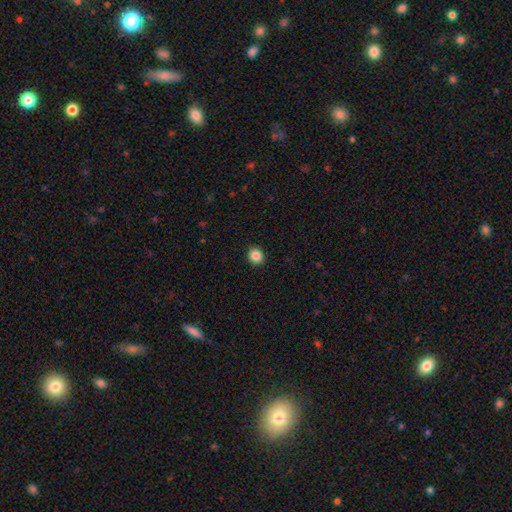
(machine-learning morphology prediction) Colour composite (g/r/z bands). It shows a smooth galaxy with no disk features (86%) that is round (74%). Merging: none (91%).